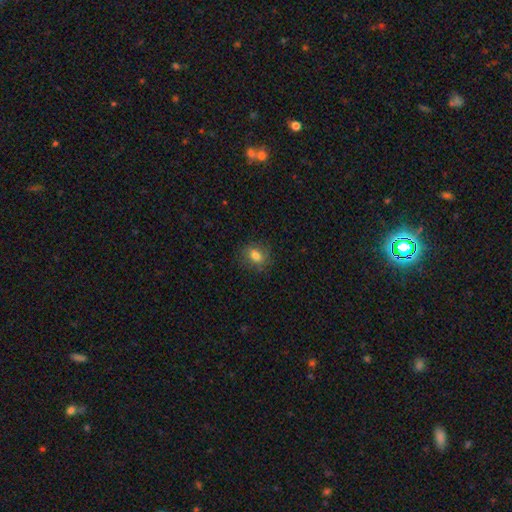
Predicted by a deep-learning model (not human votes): smooth-or-featured: smooth: 76% | featured or disk: 14% | star or artifact: 11%
  how-rounded: in between: 56% | round: 42% | cigar-shaped: 2%
  merging: none: 79% | minor disturbance: 15% | major disturbance: 5% | merger: 1%